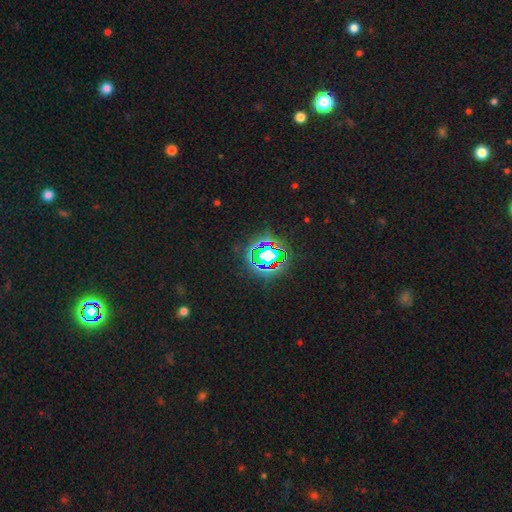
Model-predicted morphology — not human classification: Smooth or featured? star or artifact (82%)